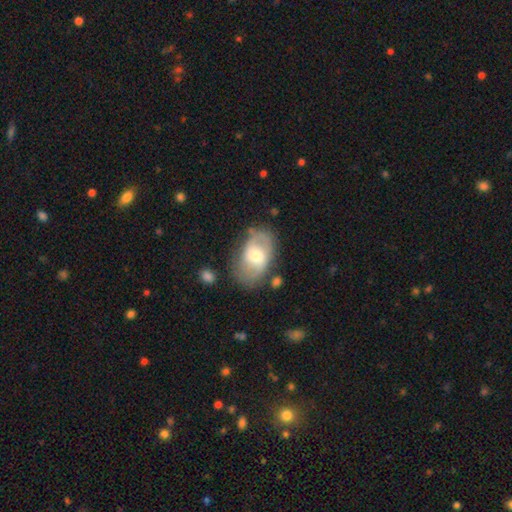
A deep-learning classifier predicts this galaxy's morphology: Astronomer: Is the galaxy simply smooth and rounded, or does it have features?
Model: featured or disk — 58% (runner-up: smooth, 36%).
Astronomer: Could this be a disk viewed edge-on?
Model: no — 94%.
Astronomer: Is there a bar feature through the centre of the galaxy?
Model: no — 47% (runner-up: weak, 41%).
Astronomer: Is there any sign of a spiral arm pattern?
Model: yes — 71%.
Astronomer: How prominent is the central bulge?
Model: moderate — 61%.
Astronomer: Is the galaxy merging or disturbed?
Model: none — 67%.